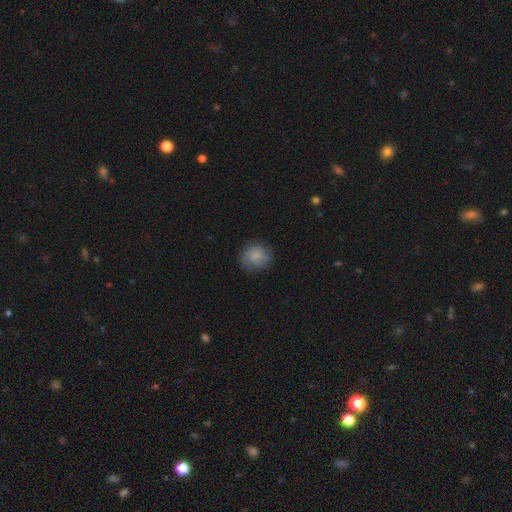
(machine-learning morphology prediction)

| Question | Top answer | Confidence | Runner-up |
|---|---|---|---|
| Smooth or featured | smooth | 79% | featured or disk (13%) |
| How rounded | round | 82% | in between (17%) |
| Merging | none | 76% | minor disturbance (18%) |